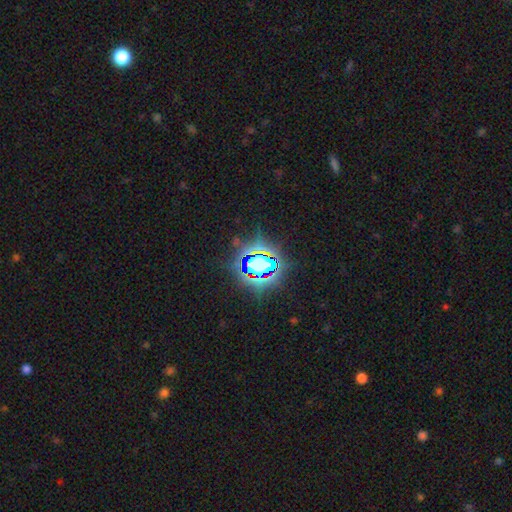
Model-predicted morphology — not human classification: This appears to be a star or artifact, not a galaxy (79%).